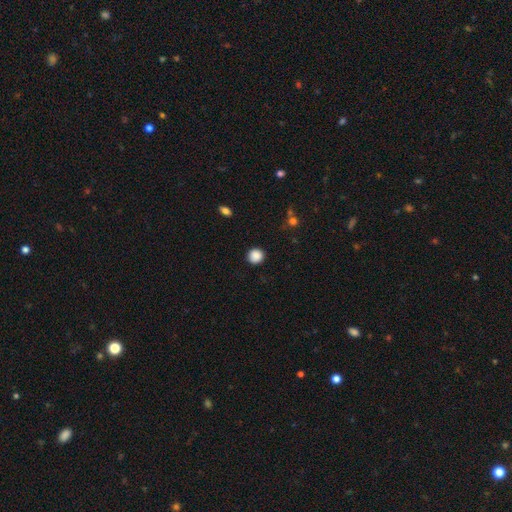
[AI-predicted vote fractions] smooth-or-featured: smooth: 88% | star or artifact: 9% | featured or disk: 3%
  how-rounded: round: 92% | in between: 7% | cigar-shaped: 1%
  merging: none: 91% | minor disturbance: 6% | major disturbance: 2% | merger: 1%